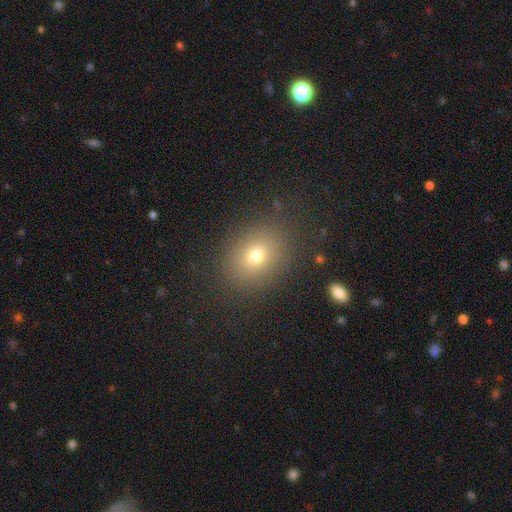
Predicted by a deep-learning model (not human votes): Smooth or featured? smooth (71%)
How rounded? in between (52%)
Merging? none (85%)